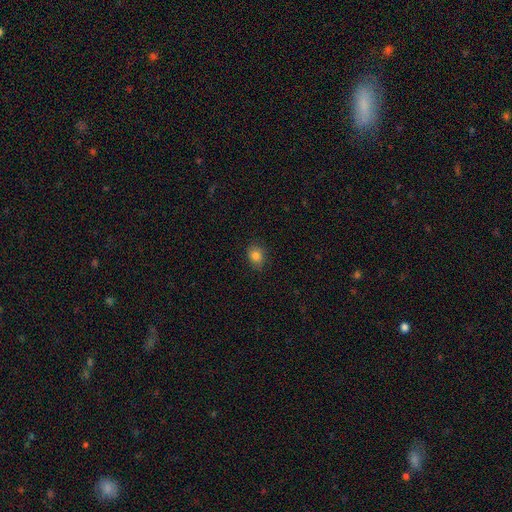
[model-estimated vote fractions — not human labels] Smooth or featured? Predicted: smooth (p=0.83). How rounded? Predicted: in between (p=0.52). Merging? Predicted: none (p=0.83).